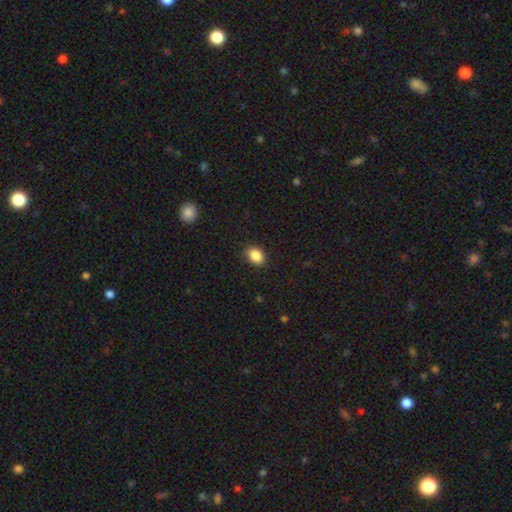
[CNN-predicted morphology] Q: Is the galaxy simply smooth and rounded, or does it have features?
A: smooth — 87%.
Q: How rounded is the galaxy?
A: in between — 63%.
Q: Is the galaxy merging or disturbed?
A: none — 82%.